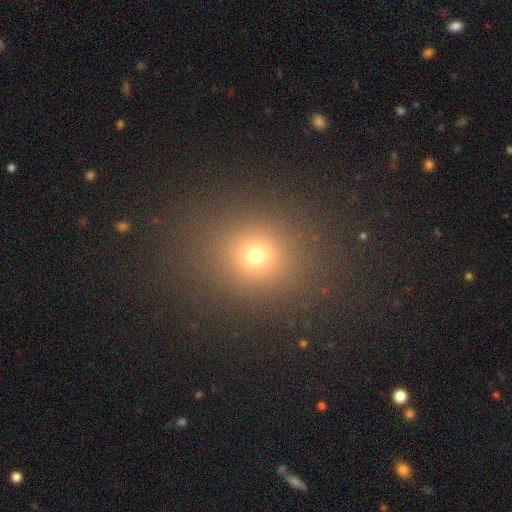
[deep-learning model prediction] A smooth galaxy with no disk features (67%) that is round (74%). Merging: none (88%).